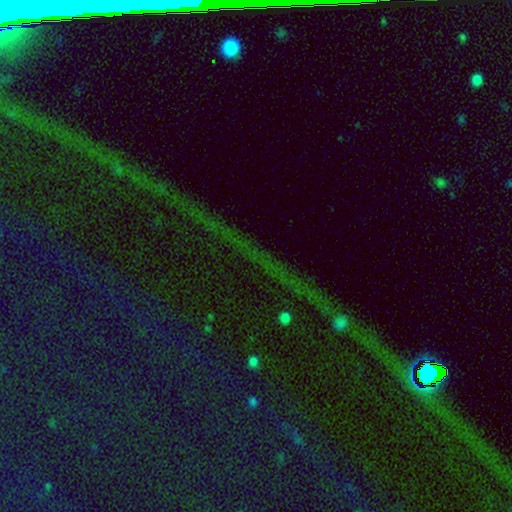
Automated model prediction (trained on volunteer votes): This is likely a star or artifact rather than a galaxy (75%).